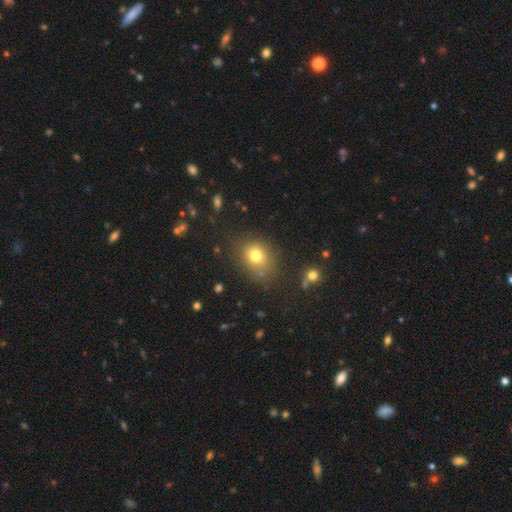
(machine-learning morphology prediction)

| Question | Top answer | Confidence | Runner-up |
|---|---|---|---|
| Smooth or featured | smooth | 75% | star or artifact (15%) |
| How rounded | round | 62% | in between (37%) |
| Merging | none | 78% | minor disturbance (13%) |